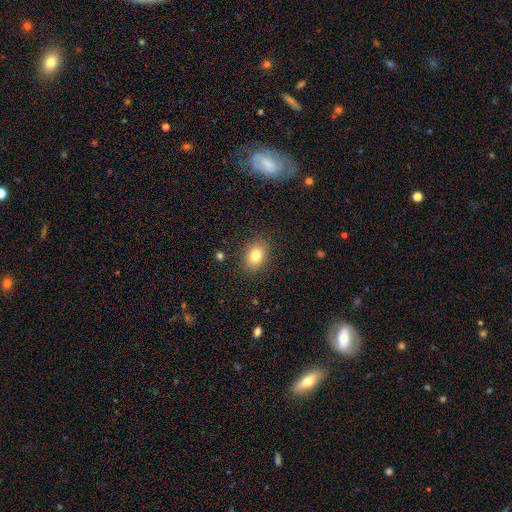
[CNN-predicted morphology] Smooth or featured? Predicted: smooth (p=0.79). How rounded? Predicted: in between (p=0.69). Merging? Predicted: none (p=0.86).